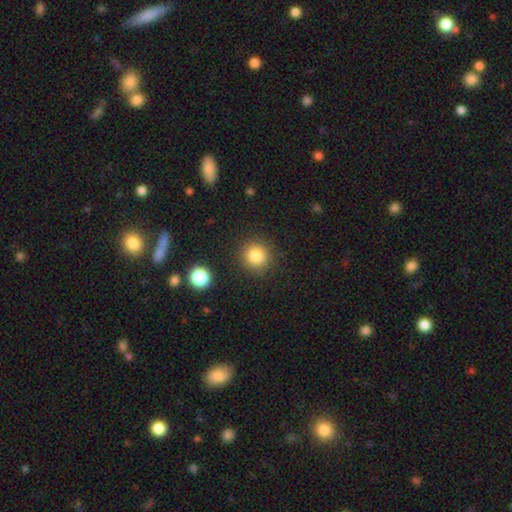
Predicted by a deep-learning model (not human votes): smooth-or-featured: smooth: 83% | star or artifact: 11% | featured or disk: 6%
  how-rounded: round: 92% | in between: 7% | cigar-shaped: 1%
  merging: none: 88% | minor disturbance: 7% | major disturbance: 3% | merger: 2%